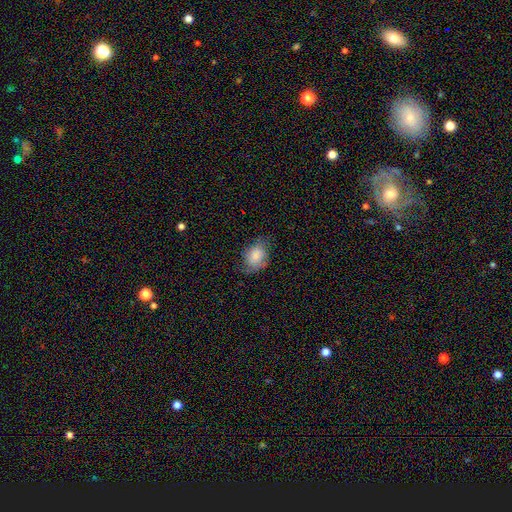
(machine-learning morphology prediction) Overall: smooth (80%). How rounded: in between (65%; round 34%). Merging: none (57%; minor disturbance 31%).